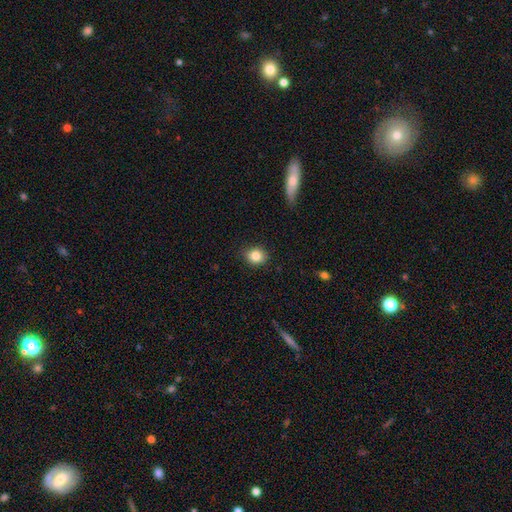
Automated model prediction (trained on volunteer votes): This is clearly a smooth galaxy (84%). How rounded: likely round (68%). Merging: clearly none (87%).